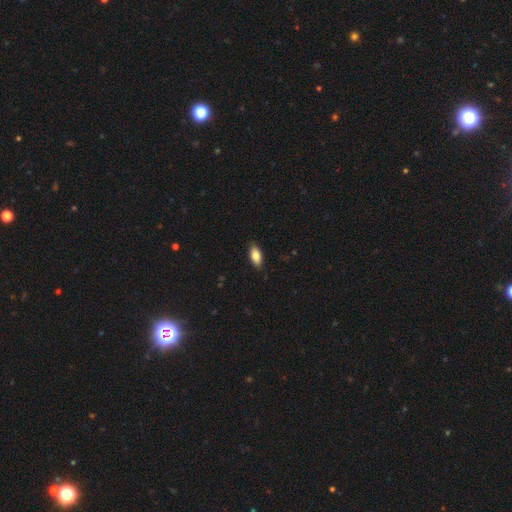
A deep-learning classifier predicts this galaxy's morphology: The model was most divided on "smooth or featured": smooth: 82%, featured or disk: 12%, star or artifact: 7%. More confident: how rounded — in between (90%); merging — none (87%).